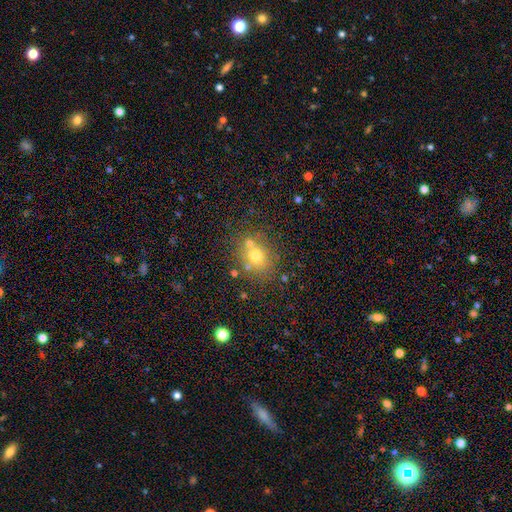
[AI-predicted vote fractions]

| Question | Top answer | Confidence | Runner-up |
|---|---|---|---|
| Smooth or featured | smooth | 67% | star or artifact (17%) |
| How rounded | round | 63% | in between (36%) |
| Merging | none | 66% | merger (17%) |